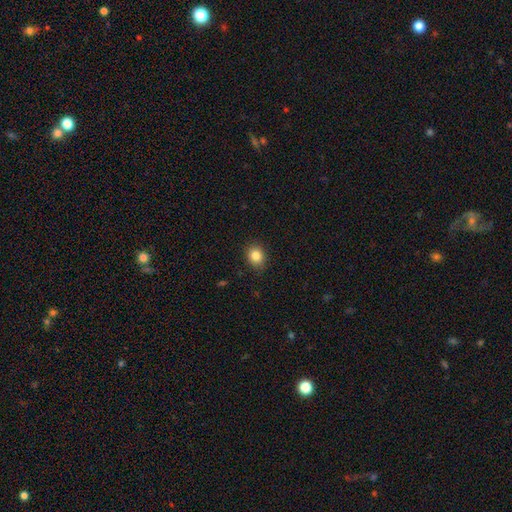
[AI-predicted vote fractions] The model was most divided on "how rounded": round: 64%, in between: 35%, cigar-shaped: 1%. More confident: merging — none (87%); smooth or featured — smooth (84%).